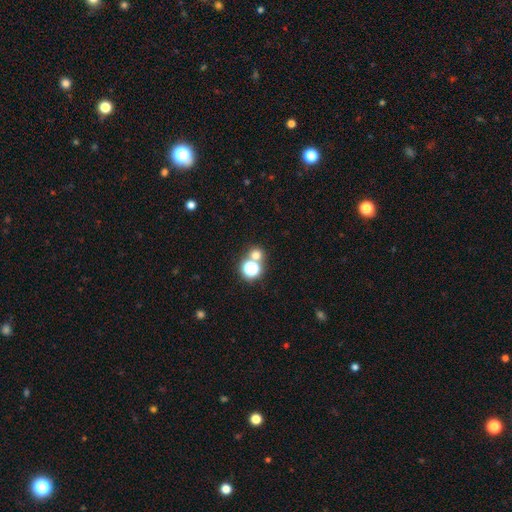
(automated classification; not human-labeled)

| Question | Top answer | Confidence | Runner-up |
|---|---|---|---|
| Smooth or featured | smooth | 64% | star or artifact (28%) |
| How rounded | round | 88% | in between (11%) |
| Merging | none | 61% | merger (30%) |